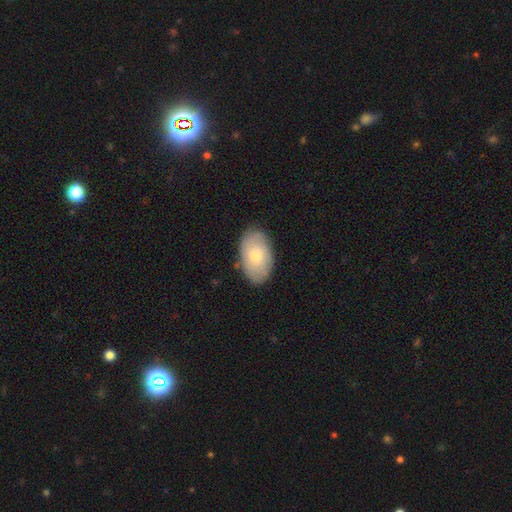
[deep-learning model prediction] A smooth galaxy with no disk features (60%) that is in between round and cigar-shaped (92%). Merging: none (81%).